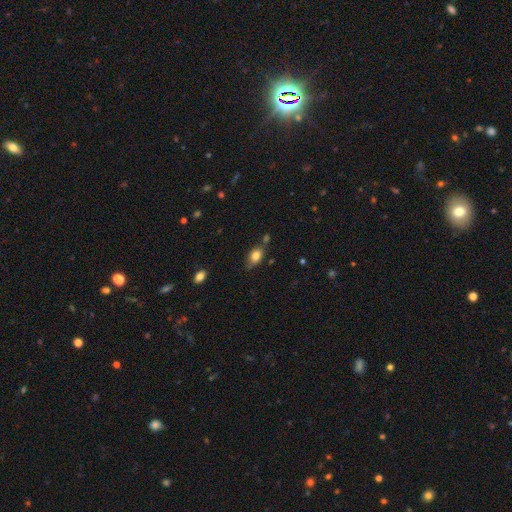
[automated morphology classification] Overall: smooth (80%). How rounded: in between (86%). Merging: none (69%).